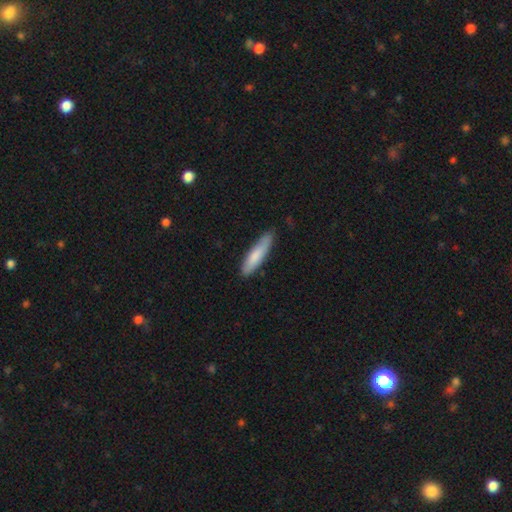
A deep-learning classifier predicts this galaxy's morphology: smooth-or-featured: smooth: 78% | featured or disk: 16% | star or artifact: 5%
  how-rounded: cigar-shaped: 79% | in between: 20% | round: 1%
  merging: none: 78% | minor disturbance: 18% | major disturbance: 2% | merger: 1%